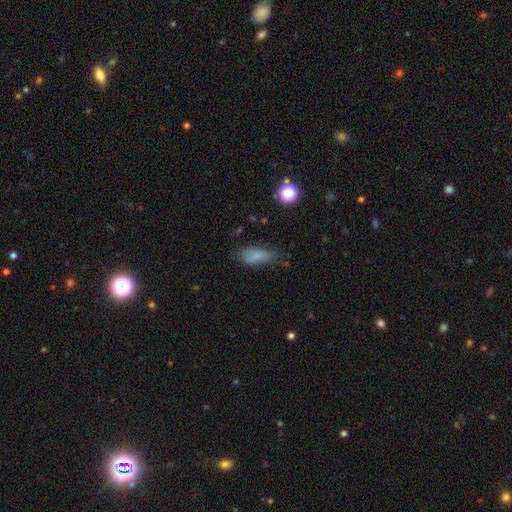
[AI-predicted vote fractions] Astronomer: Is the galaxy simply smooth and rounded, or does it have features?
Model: smooth — 79%.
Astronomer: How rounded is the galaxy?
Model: in between — 79%.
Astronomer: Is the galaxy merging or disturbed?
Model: none — 55% (runner-up: minor disturbance, 32%).